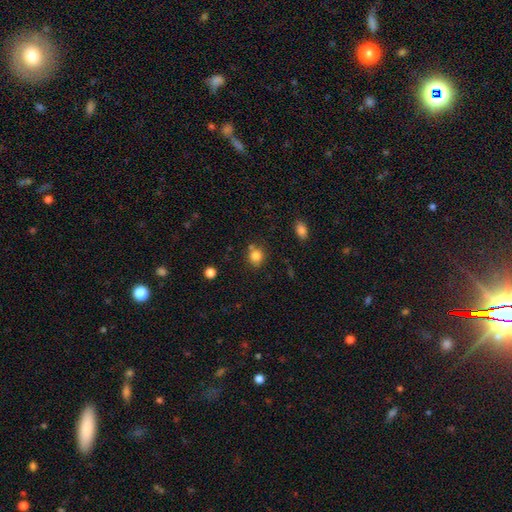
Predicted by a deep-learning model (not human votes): Smooth or featured: smooth — 82% (star or artifact — 11%)
How rounded: round — 80% (in between — 19%)
Merging: none — 71% (minor disturbance — 13%)